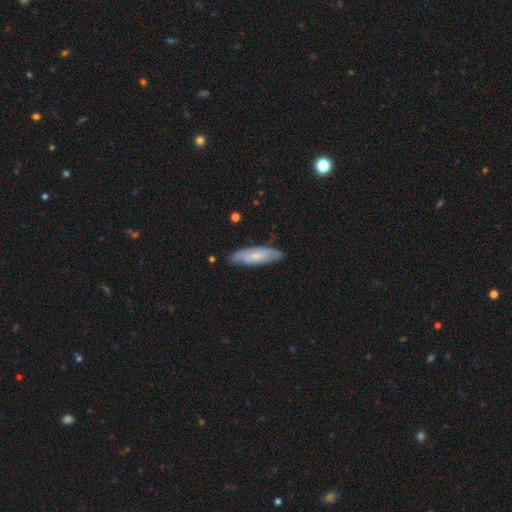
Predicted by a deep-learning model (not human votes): This is possibly a featured or disk galaxy (47%, tied with smooth). Merging: likely none (77%).